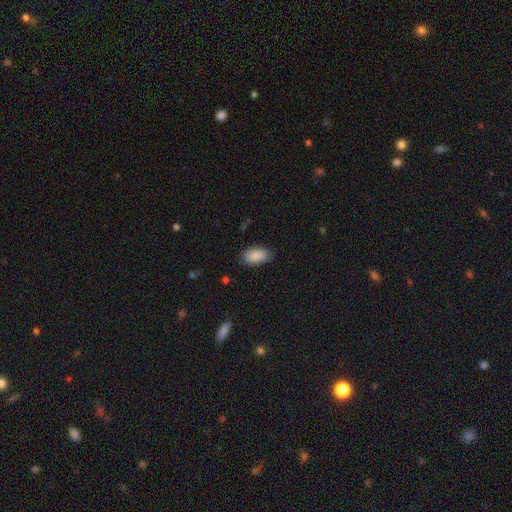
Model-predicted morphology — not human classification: This appears to be a smooth galaxy with no disk features (90%) that is in between round and cigar-shaped (93%). Merging: none (84%).